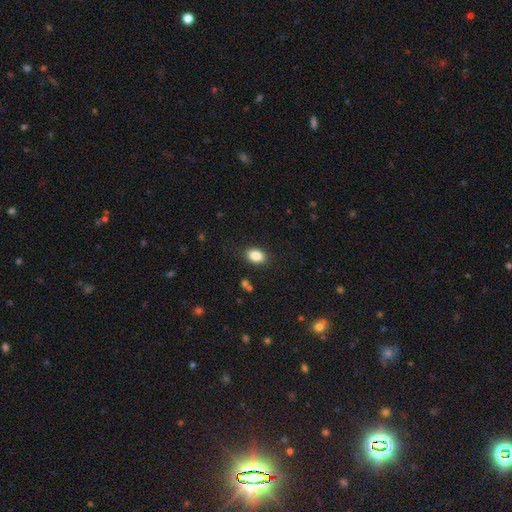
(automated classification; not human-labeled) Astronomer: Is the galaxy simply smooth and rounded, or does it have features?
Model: smooth — 87%.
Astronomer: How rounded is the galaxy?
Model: in between — 83%.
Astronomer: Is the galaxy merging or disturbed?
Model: none — 87%.